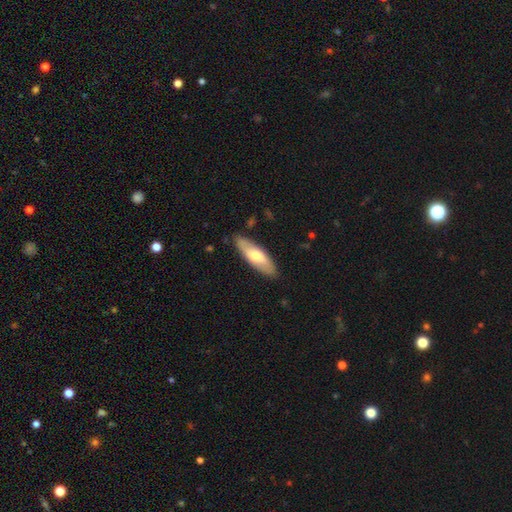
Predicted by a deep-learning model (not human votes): Smooth or featured? Predicted: smooth (p=0.62). How rounded? Predicted: in between (p=0.55). Merging? Predicted: none (p=0.86).